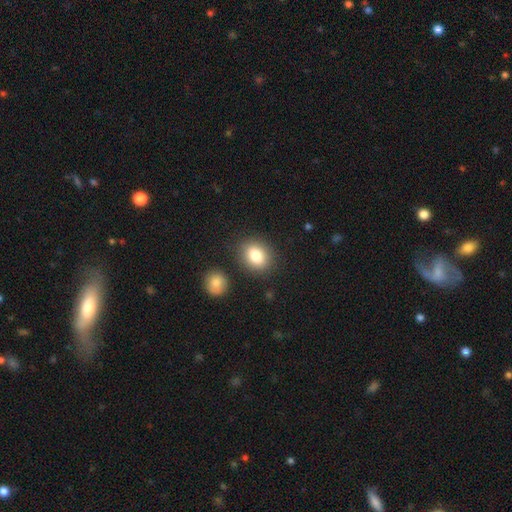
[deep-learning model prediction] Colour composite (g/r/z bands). It shows a smooth galaxy with no disk features (83%) that is in between round and cigar-shaped (54%). Merging: none (83%).